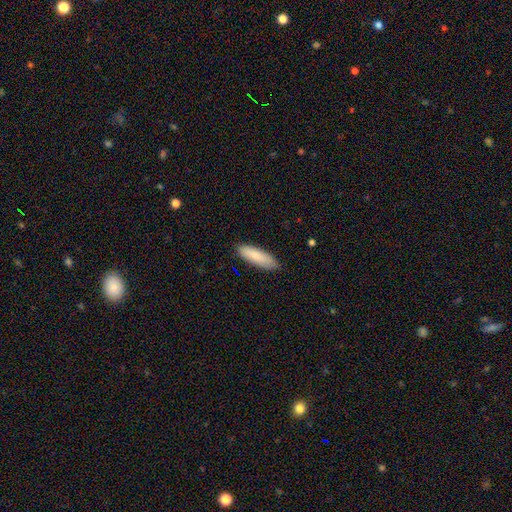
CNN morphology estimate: Smooth or featured: smooth — 83% (featured or disk — 11%)
How rounded: cigar-shaped — 52% (in between — 47%)
Merging: none — 85% (minor disturbance — 12%)